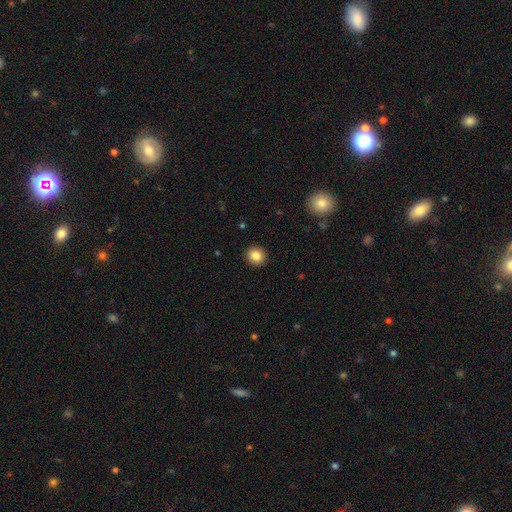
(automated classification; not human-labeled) Q: Smooth or featured?
A: smooth (85%); runner-up: star or artifact (10%)
Q: How rounded?
A: round (89%); runner-up: in between (10%)
Q: Merging?
A: none (92%); runner-up: minor disturbance (5%)